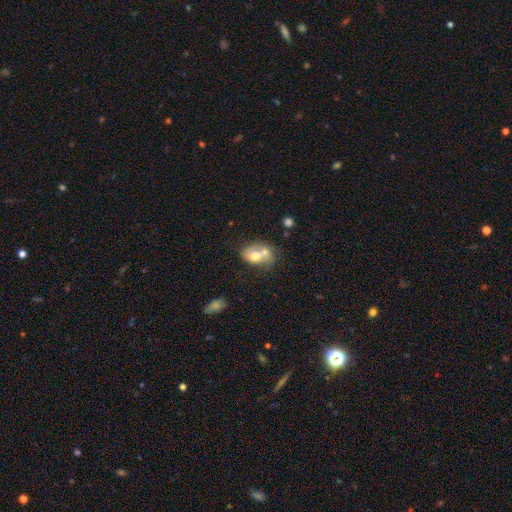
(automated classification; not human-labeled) Q: Smooth or featured?
A: smooth (64%); runner-up: featured or disk (28%)
Q: How rounded?
A: in between (62%); runner-up: round (37%)
Q: Merging?
A: merger (64%); runner-up: none (20%)